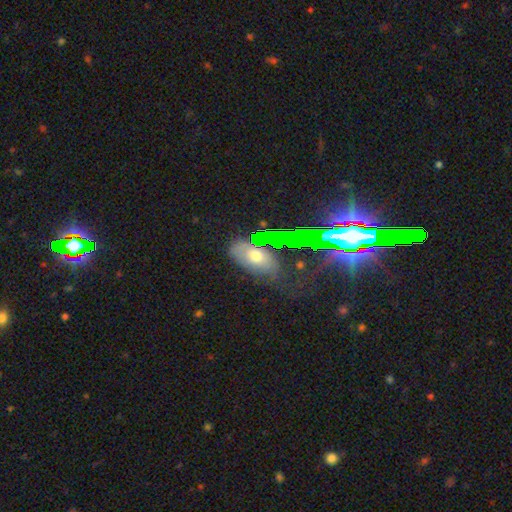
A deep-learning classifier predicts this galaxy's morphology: This appears to be a smooth galaxy with no disk features (53%) that is in between round and cigar-shaped (85%). Merging: none (68%).